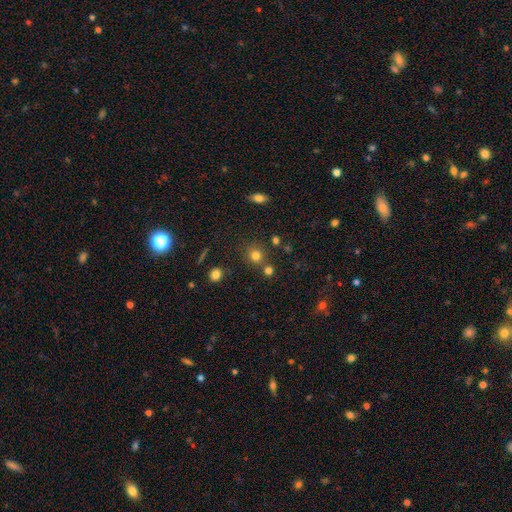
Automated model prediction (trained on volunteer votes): smooth-or-featured: smooth: 77% | star or artifact: 16% | featured or disk: 7%
  how-rounded: round: 88% | in between: 11% | cigar-shaped: 1%
  merging: none: 73% | merger: 14% | minor disturbance: 9% | major disturbance: 3%